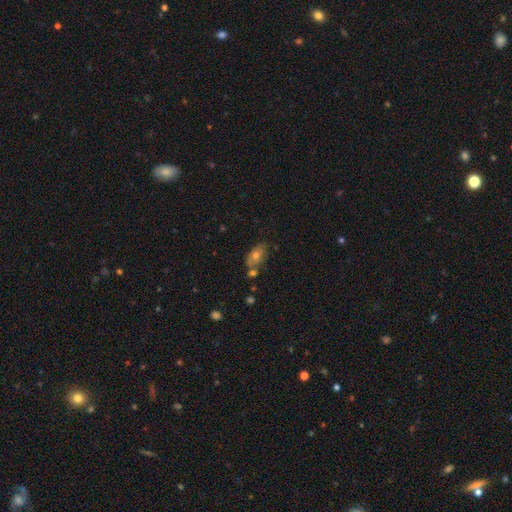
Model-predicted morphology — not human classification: A smooth galaxy with no disk features (63%) that is in between round and cigar-shaped (83%). Merging: none (63%).